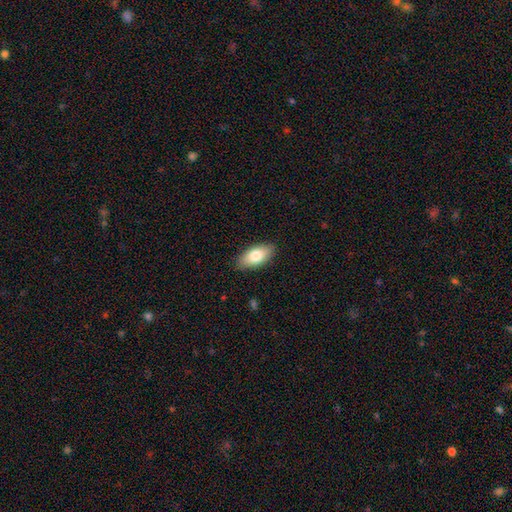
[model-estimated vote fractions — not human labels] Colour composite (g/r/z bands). It shows a smooth galaxy with no disk features (79%) that is in between round and cigar-shaped (91%). Merging: none (87%).